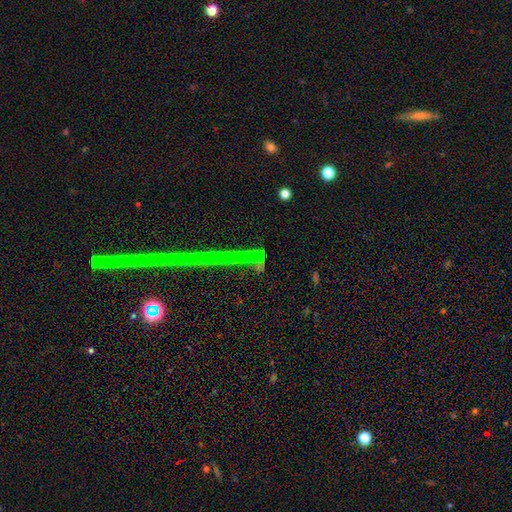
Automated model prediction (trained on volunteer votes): The model was most divided on "smooth or featured": star or artifact: 69%, featured or disk: 16%, smooth: 15%.